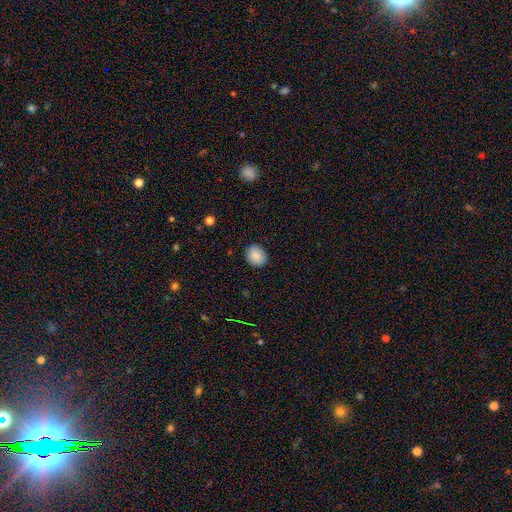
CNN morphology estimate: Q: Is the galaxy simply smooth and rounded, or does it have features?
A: smooth — 87%.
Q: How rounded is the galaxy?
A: round — 64%.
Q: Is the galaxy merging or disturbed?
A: none — 86%.